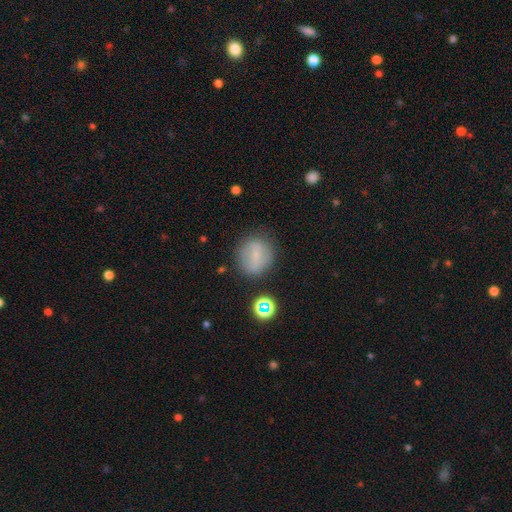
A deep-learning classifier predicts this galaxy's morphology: Overall: smooth (61%; featured or disk 28%). How rounded: round (79%). Merging: none (78%).